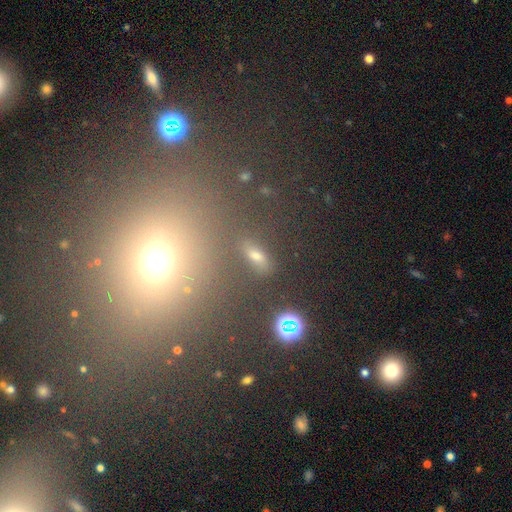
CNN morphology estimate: Smooth or featured? Predicted: smooth (p=0.52). How rounded? Predicted: in between (p=0.52). Merging? Predicted: none (p=0.78).